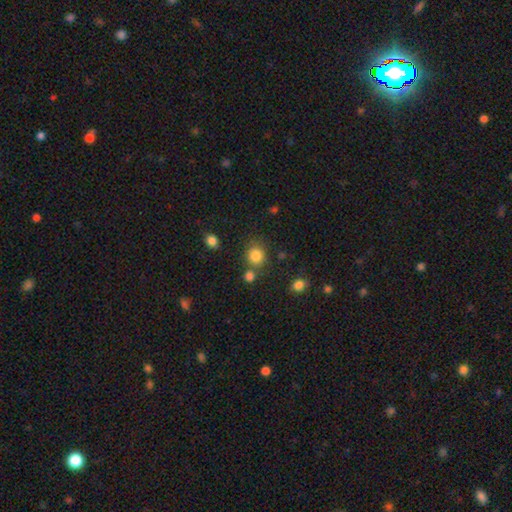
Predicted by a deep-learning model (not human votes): The model was most divided on "merging": none: 72%, merger: 14%, minor disturbance: 10%, major disturbance: 4%. More confident: how rounded — round (85%); smooth or featured — smooth (83%).